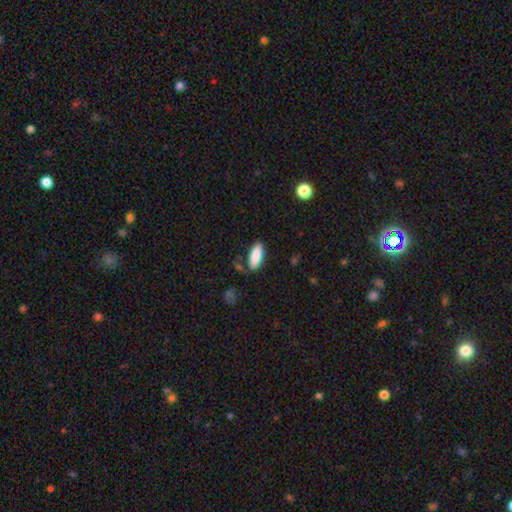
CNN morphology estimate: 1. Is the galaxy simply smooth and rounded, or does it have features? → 88% smooth, 6% star or artifact, 6% featured or disk.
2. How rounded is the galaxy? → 82% in between, 16% cigar-shaped, 2% round.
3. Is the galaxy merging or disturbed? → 79% none, 14% minor disturbance, 4% merger, 3% major disturbance.